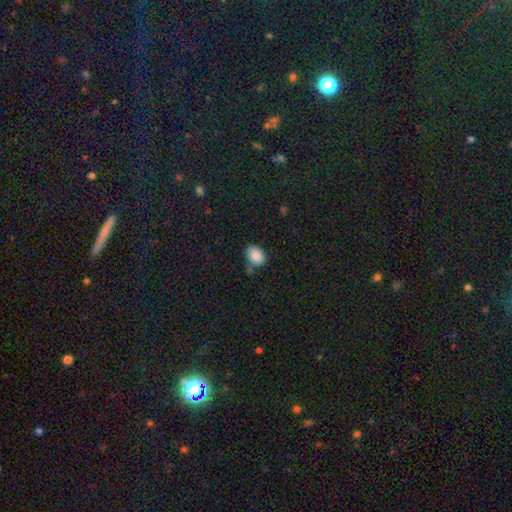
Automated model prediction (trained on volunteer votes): Smooth or featured?
  - smooth: 87% *
  - star or artifact: 8%
  - featured or disk: 5%
How rounded?
  - in between: 81% *
  - round: 18%
  - cigar-shaped: 1%
Merging?
  - none: 66% *
  - minor disturbance: 21%
  - merger: 9%
  - major disturbance: 5%